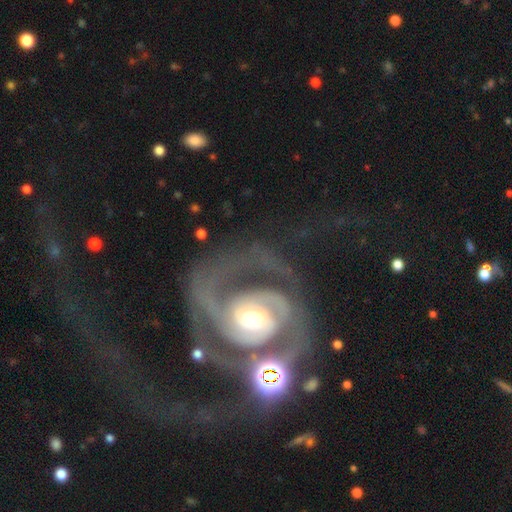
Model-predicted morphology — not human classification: Overall: featured or disk (90%). Edge-on disk: no (98%). Bar: no (57%; weak 29%). Spiral arms: yes (97%). Spiral arm count: 2 (69%). Spiral winding: medium (43%; tight 41%). Bulge size: moderate (55%; small 35%). Merging: major disturbance (40%; none 33%).